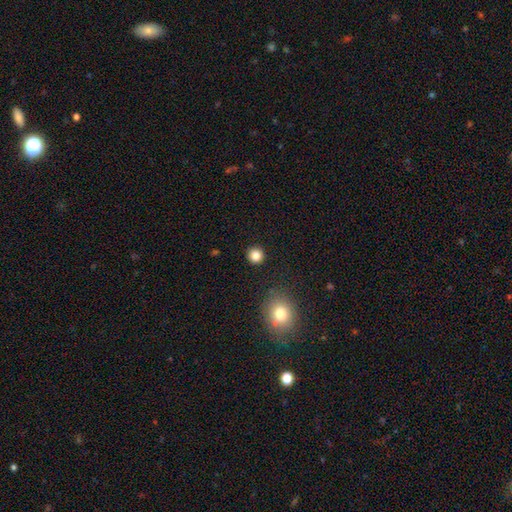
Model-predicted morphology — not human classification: A smooth galaxy with no disk features (84%) that is round (93%).

Vote fractions:
- Smooth or featured? smooth: 84% / star or artifact: 11% / featured or disk: 4%
- How rounded? round: 93% / in between: 6% / cigar-shaped: 1%
- Merging? none: 91% / minor disturbance: 5% / major disturbance: 2% / merger: 2%